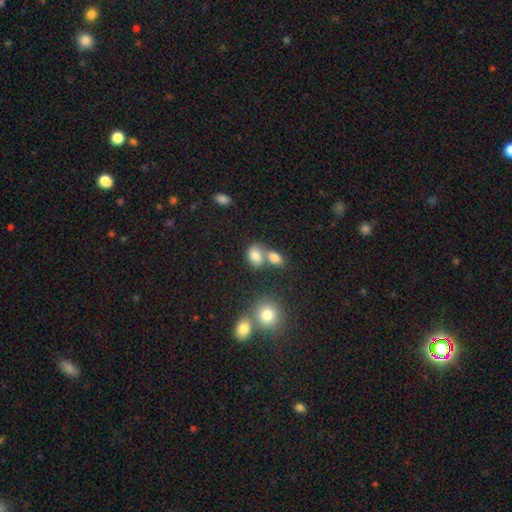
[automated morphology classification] This appears to be a smooth galaxy with no disk features (79%) that is in between round and cigar-shaped (74%). Merging: merger (44%).